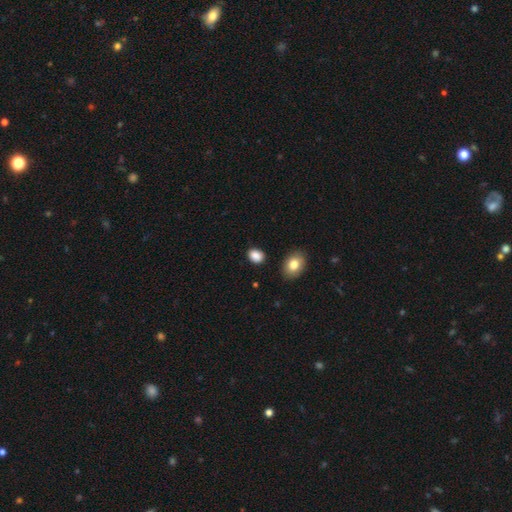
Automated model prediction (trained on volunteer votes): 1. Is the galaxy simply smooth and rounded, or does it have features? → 87% smooth, 9% star or artifact, 4% featured or disk.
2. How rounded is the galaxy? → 69% in between, 30% round, 1% cigar-shaped.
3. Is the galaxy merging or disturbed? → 85% none, 10% minor disturbance, 3% major disturbance, 3% merger.